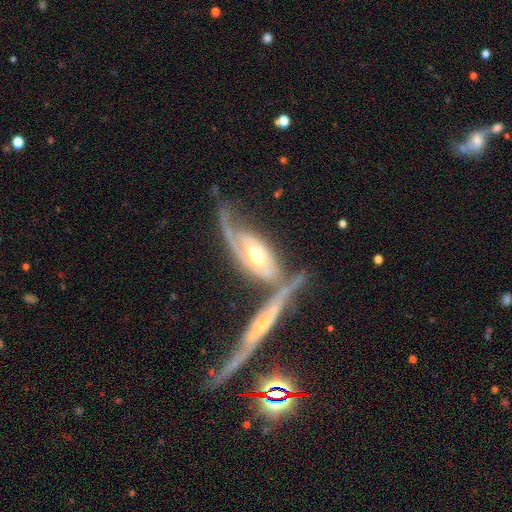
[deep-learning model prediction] Smooth or featured? featured or disk (82%)
Edge-on disk? no (77%)
Bar? no (60%)
Spiral arms? yes (87%)
Spiral winding? tight (45%)
Spiral arm count? 2 (54%)
Bulge size? moderate (68%)
Merging? merger (44%)